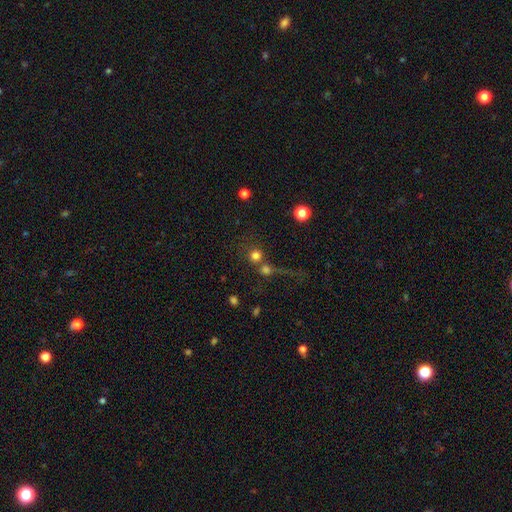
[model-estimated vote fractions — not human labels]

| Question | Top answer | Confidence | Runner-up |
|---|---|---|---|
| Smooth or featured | smooth | 74% | star or artifact (16%) |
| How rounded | round | 91% | in between (8%) |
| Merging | none | 46% | merger (40%) |